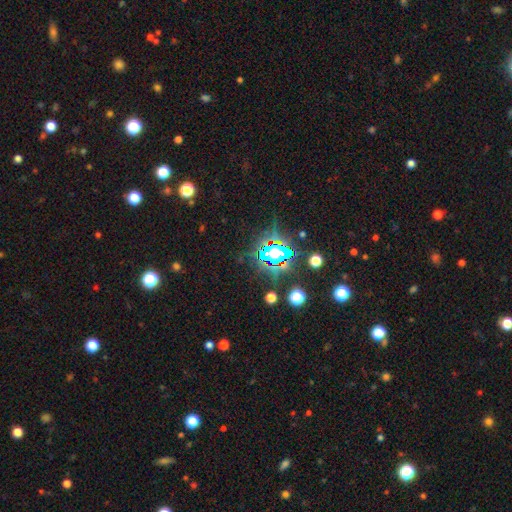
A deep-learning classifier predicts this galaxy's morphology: The model was most divided on "smooth or featured": star or artifact: 76%, smooth: 15%, featured or disk: 9%.